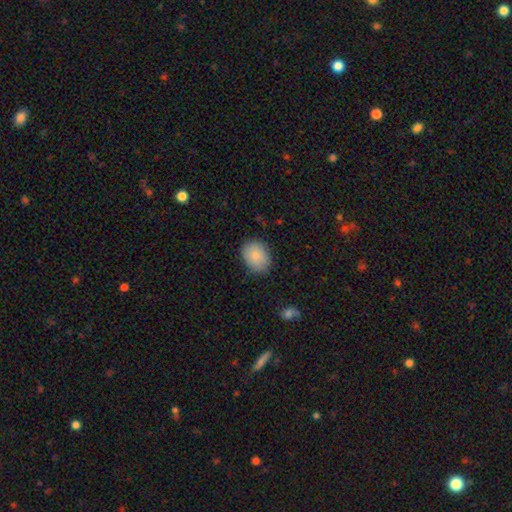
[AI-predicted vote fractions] A smooth galaxy with no disk features (84%) that is in between round and cigar-shaped (68%).

Vote fractions:
- Smooth or featured? smooth: 84% / featured or disk: 9% / star or artifact: 7%
- How rounded? in between: 68% / round: 32% / cigar-shaped: 1%
- Merging? none: 83% / minor disturbance: 13% / major disturbance: 3% / merger: 1%